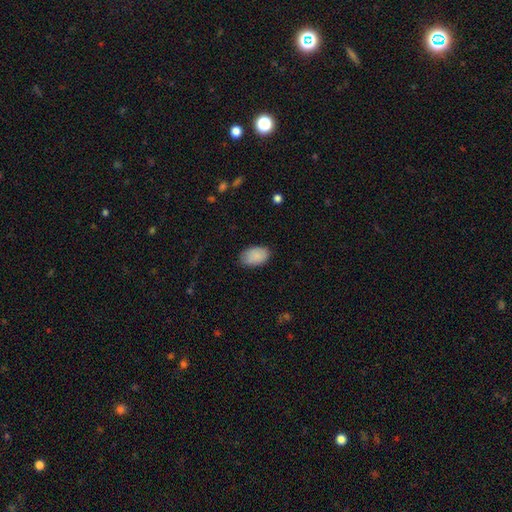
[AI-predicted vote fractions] smooth 89%, star or artifact 6%, featured or disk 5%. Down the decision tree: how rounded — in between (91%); merging — none (83%).